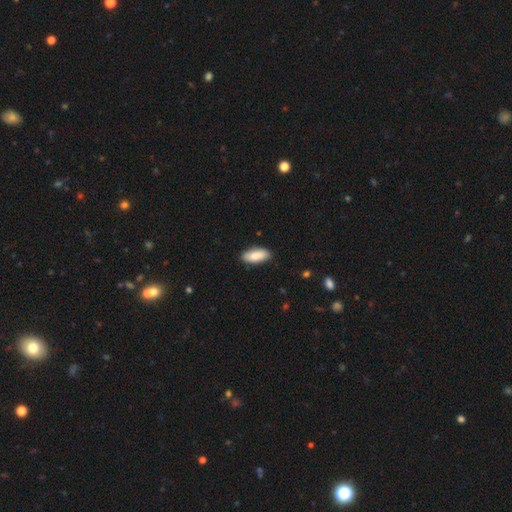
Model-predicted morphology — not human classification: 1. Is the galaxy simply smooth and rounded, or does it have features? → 86% smooth, 8% featured or disk, 6% star or artifact.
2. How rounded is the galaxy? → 84% in between, 14% cigar-shaped, 2% round.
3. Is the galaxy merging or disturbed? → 87% none, 10% minor disturbance, 2% major disturbance, 1% merger.